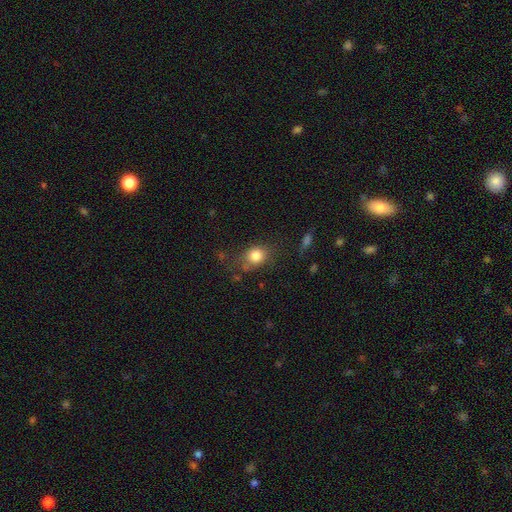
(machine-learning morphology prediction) Smooth or featured: smooth — 82% (star or artifact — 10%)
How rounded: round — 61% (in between — 38%)
Merging: none — 62% (minor disturbance — 24%)